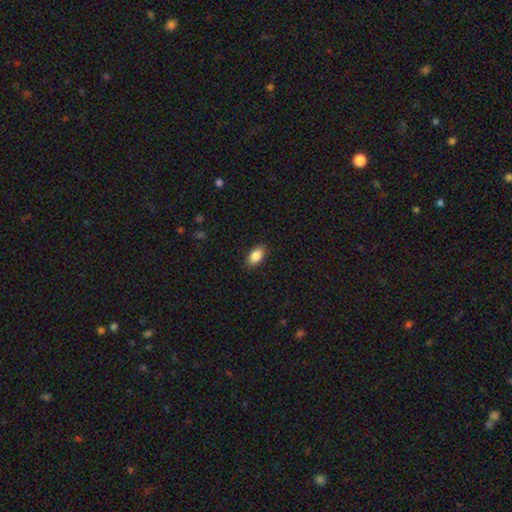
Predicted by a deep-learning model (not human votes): smooth_or_featured: smooth (p=0.86) [alt: star or artifact p=0.07]
how_rounded: in between (p=0.92) [alt: round p=0.06]
merging: none (p=0.88) [alt: minor disturbance p=0.09]